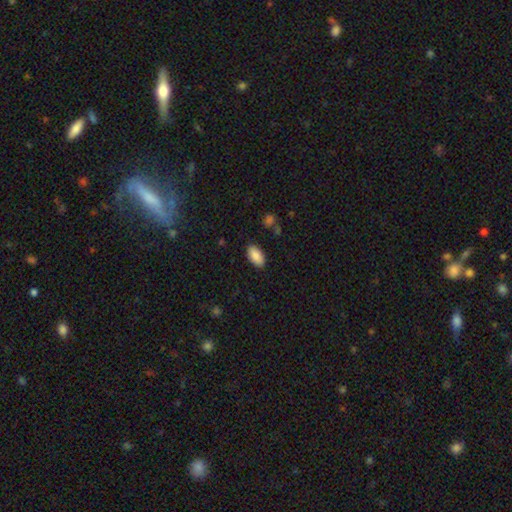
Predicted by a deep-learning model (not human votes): A smooth galaxy with no disk features (89%) that is in between round and cigar-shaped (94%).

Vote fractions:
- Smooth or featured? smooth: 89% / star or artifact: 7% / featured or disk: 5%
- How rounded? in between: 94% / cigar-shaped: 4% / round: 2%
- Merging? none: 88% / minor disturbance: 9% / major disturbance: 2% / merger: 1%